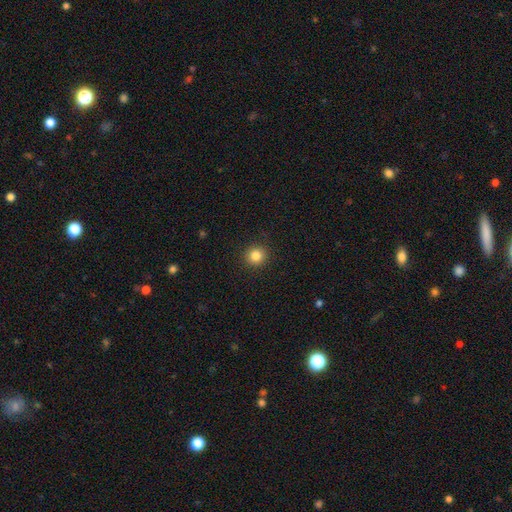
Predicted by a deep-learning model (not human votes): The model was most divided on "smooth or featured": smooth: 84%, star or artifact: 11%, featured or disk: 5%. More confident: how rounded — round (93%); merging — none (92%).